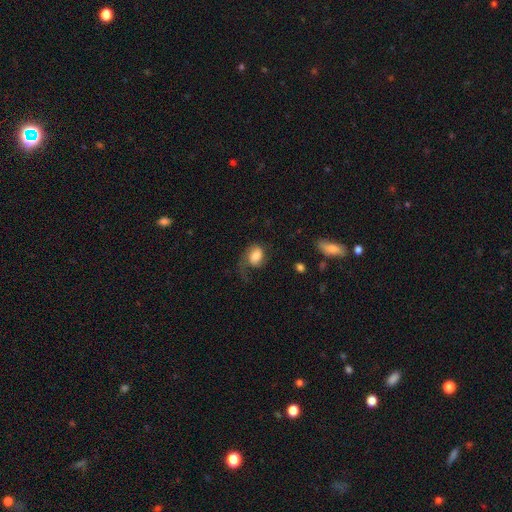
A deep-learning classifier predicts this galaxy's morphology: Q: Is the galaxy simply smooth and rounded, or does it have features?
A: smooth — 58%.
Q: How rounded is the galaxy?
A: in between — 68%.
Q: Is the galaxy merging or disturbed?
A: major disturbance — 39%.